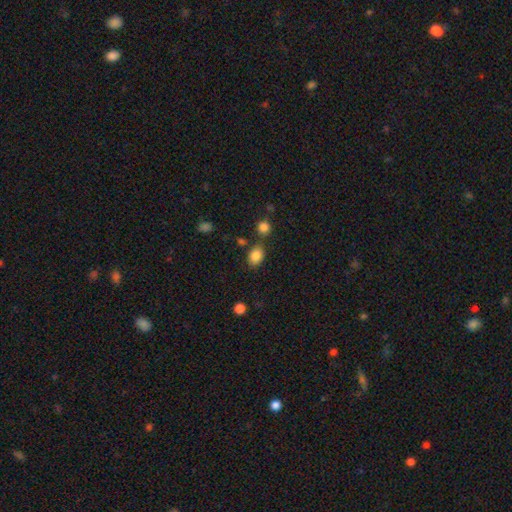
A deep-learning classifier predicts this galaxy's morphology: The model was most divided on "how rounded": in between: 68%, round: 31%, cigar-shaped: 1%. More confident: smooth or featured — smooth (85%); merging — none (71%).